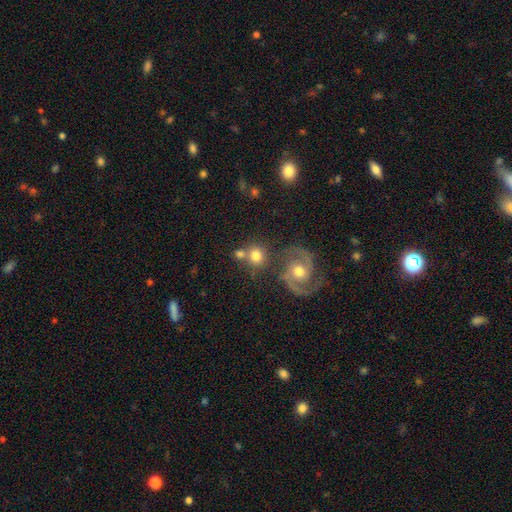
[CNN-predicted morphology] A smooth galaxy with no disk features (66%) that is round (83%).

Vote fractions:
- Smooth or featured? smooth: 66% / featured or disk: 25% / star or artifact: 9%
- How rounded? round: 83% / in between: 16% / cigar-shaped: 1%
- Merging? none: 60% / merger: 24% / minor disturbance: 11% / major disturbance: 5%